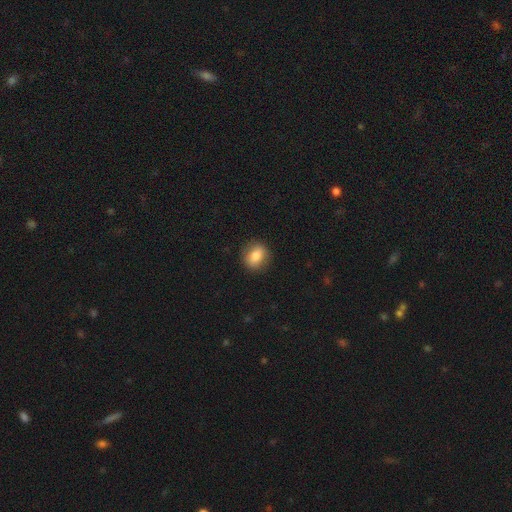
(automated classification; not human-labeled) Smooth or featured? smooth (79%)
How rounded? round (57%)
Merging? none (86%)